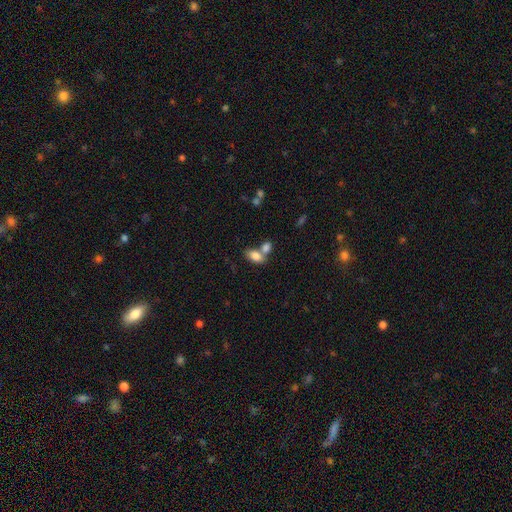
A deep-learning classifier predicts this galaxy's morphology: The model was most divided on "merging": merger: 43%, none: 42%, minor disturbance: 10%, major disturbance: 4%. More confident: how rounded — in between (90%); smooth or featured — smooth (83%).